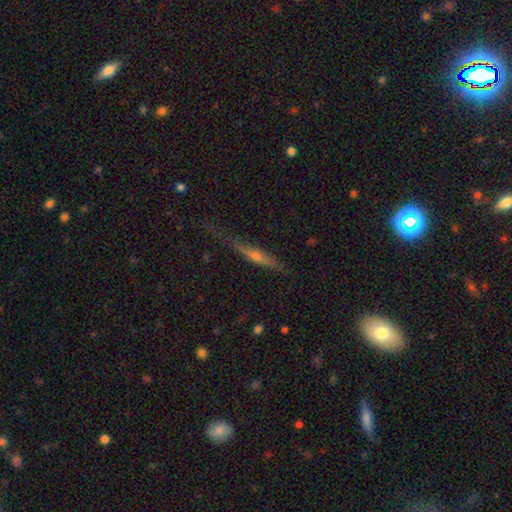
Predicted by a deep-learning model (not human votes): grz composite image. It shows a featured or disk galaxy (58%) viewed edge-on (93%) with a rounded central bulge (74%). Merging: none (62%).